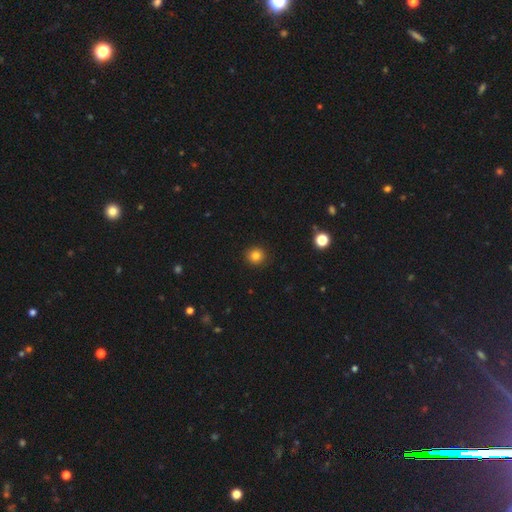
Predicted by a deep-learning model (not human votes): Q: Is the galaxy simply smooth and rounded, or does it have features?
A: smooth — 82%.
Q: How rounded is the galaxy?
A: round — 93%.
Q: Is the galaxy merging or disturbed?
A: none — 92%.